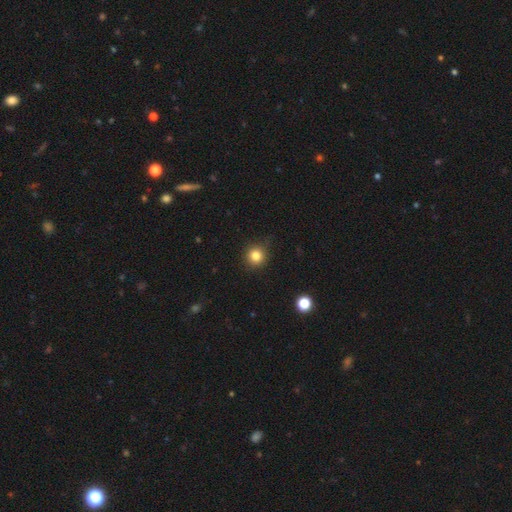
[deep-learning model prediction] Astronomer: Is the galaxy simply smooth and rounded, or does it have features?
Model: smooth — 82%.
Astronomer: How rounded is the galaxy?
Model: round — 92%.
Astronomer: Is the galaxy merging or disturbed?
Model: none — 86%.